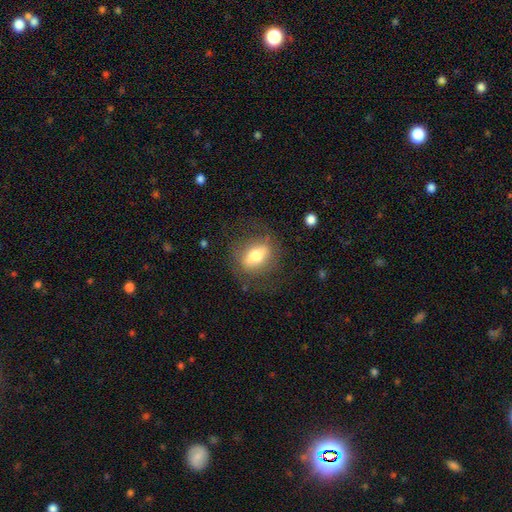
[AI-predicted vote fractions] Smooth or featured: smooth — 53% (featured or disk — 39%)
How rounded: in between — 65% (round — 27%)
Merging: none — 74% (minor disturbance — 15%)